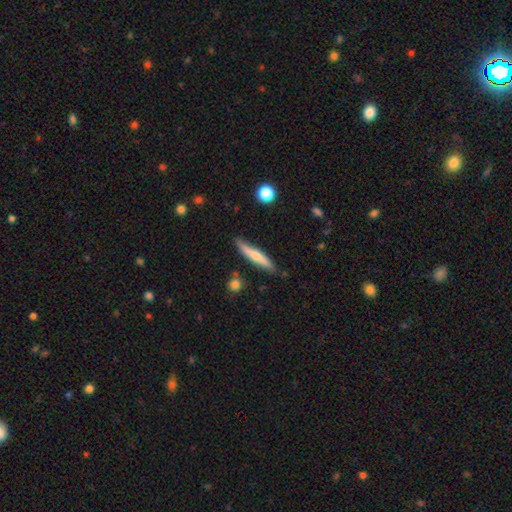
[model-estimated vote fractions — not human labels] A smooth galaxy with no disk features (62%) that is cigar-shaped (90%).

Vote fractions:
- Smooth or featured? smooth: 62% / featured or disk: 32% / star or artifact: 6%
- How rounded? cigar-shaped: 90% / in between: 8% / round: 2%
- Merging? none: 80% / minor disturbance: 15% / merger: 3% / major disturbance: 3%